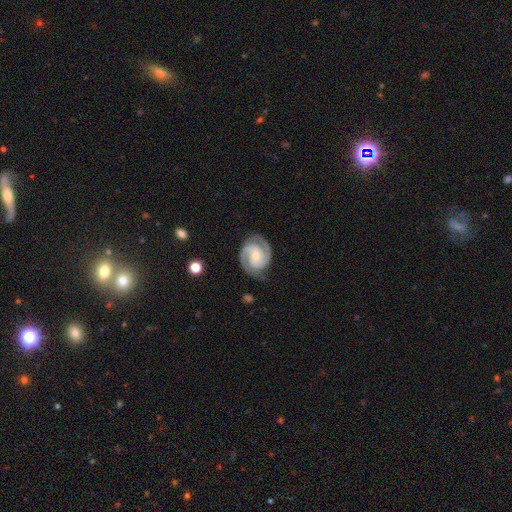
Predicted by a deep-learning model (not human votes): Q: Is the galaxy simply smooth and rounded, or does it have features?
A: featured or disk — 92%.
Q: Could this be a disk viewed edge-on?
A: no — 98%.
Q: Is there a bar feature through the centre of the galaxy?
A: no — 53%.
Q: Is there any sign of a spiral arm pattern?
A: yes — 98%.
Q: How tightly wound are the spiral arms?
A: tight — 55%.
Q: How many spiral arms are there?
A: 2 — 92%.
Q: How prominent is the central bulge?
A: small — 58%.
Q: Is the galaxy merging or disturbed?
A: none — 82%.